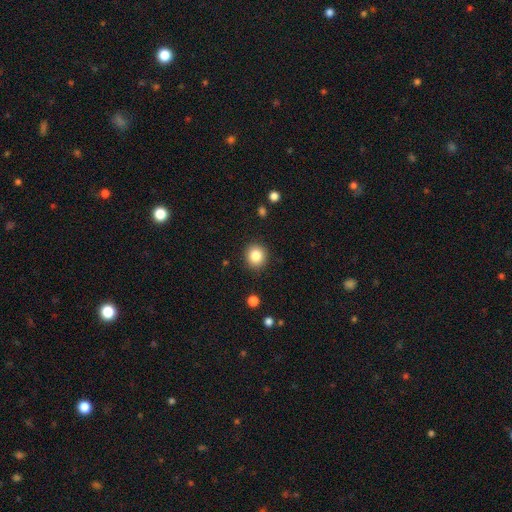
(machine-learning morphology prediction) smooth-or-featured: smooth: 85% | star or artifact: 10% | featured or disk: 6%
  how-rounded: round: 87% | in between: 12% | cigar-shaped: 1%
  merging: none: 90% | minor disturbance: 7% | major disturbance: 2% | merger: 1%